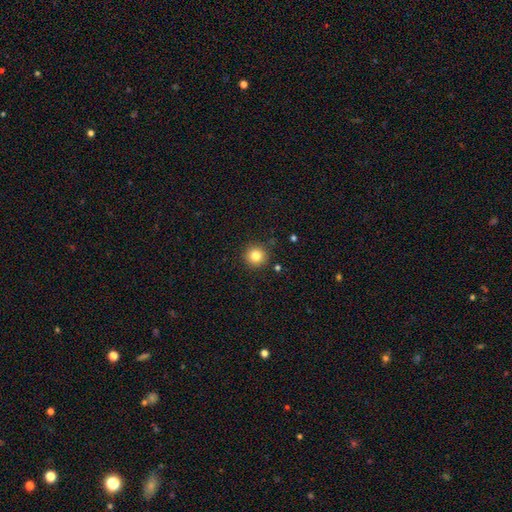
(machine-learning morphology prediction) A smooth galaxy with no disk features (82%) that is round (94%).

Vote fractions:
- Smooth or featured? smooth: 82% / star or artifact: 12% / featured or disk: 7%
- How rounded? round: 94% / in between: 5% / cigar-shaped: 1%
- Merging? none: 89% / minor disturbance: 7% / major disturbance: 2% / merger: 2%